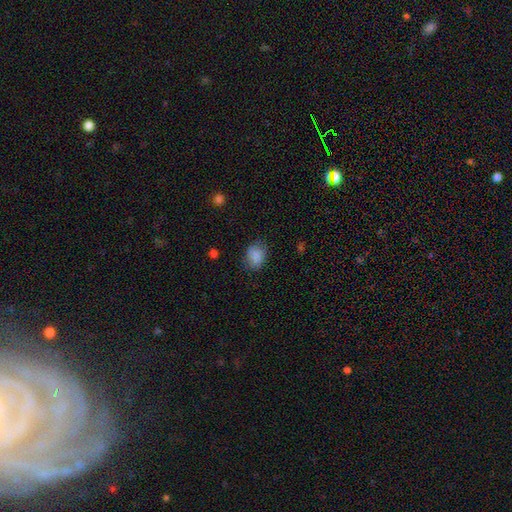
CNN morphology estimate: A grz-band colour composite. It shows a smooth galaxy with no disk features (86%) that is in between round and cigar-shaped (64%). Merging: none (75%).